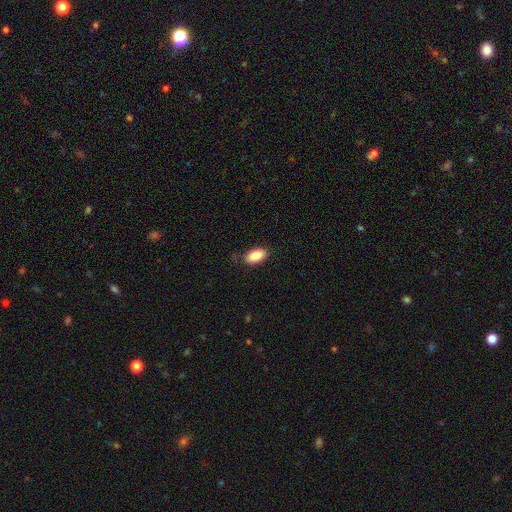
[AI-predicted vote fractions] smooth-or-featured: smooth: 88% | star or artifact: 7% | featured or disk: 5%
  how-rounded: in between: 93% | cigar-shaped: 4% | round: 3%
  merging: none: 83% | minor disturbance: 13% | major disturbance: 3% | merger: 1%